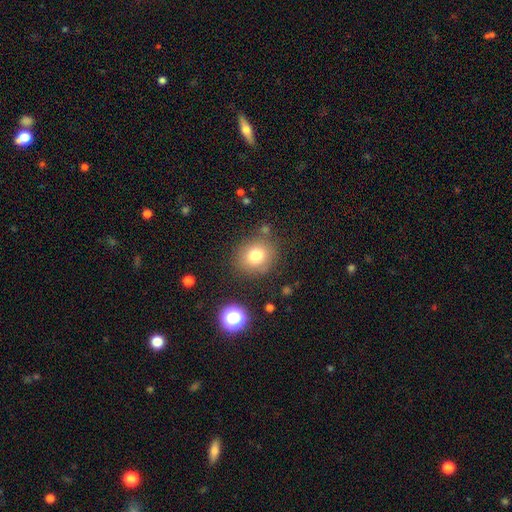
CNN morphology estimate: A smooth galaxy with no disk features (77%) that is round (79%). Merging: none (80%).